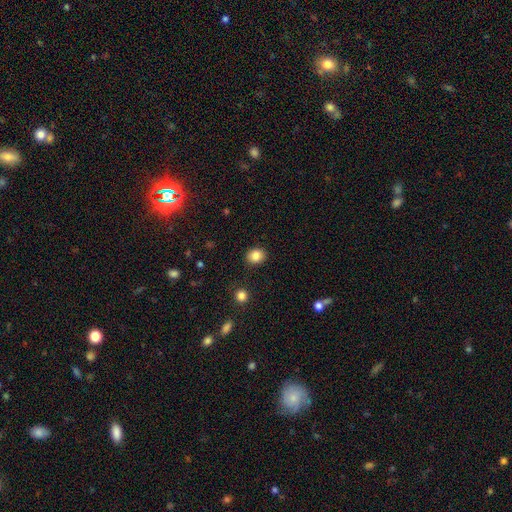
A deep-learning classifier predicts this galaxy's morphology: The model was most divided on "how rounded": round: 65%, in between: 34%, cigar-shaped: 1%. More confident: merging — none (89%); smooth or featured — smooth (85%).